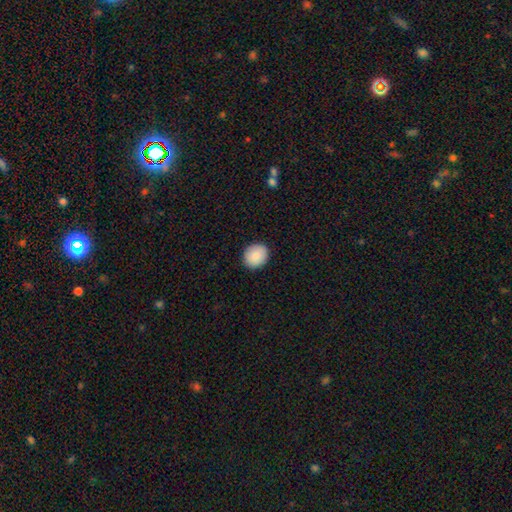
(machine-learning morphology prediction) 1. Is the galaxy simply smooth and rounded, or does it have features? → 87% smooth, 7% star or artifact, 5% featured or disk.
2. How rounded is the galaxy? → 77% round, 22% in between, 1% cigar-shaped.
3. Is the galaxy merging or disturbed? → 91% none, 7% minor disturbance, 2% major disturbance, 1% merger.